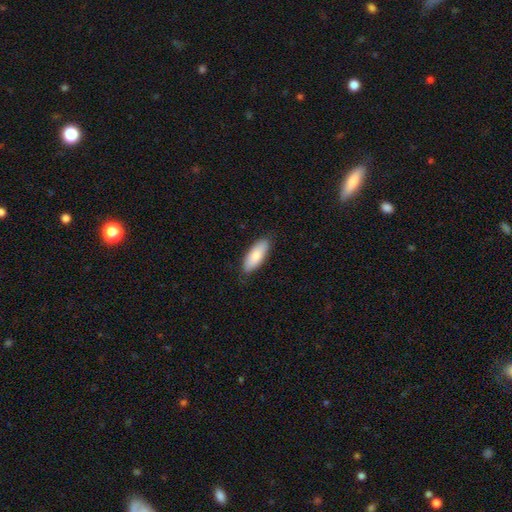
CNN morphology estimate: smooth-or-featured: smooth: 84% | featured or disk: 11% | star or artifact: 5%
  how-rounded: in between: 77% | cigar-shaped: 22% | round: 2%
  merging: none: 83% | minor disturbance: 14% | major disturbance: 2% | merger: 1%